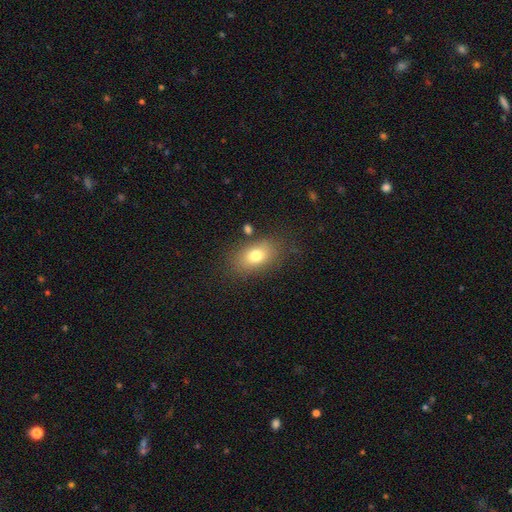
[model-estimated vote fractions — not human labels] A smooth galaxy with no disk features (77%) that is in between round and cigar-shaped (81%).

Vote fractions:
- Smooth or featured? smooth: 77% / featured or disk: 13% / star or artifact: 10%
- How rounded? in between: 81% / round: 17% / cigar-shaped: 2%
- Merging? none: 78% / minor disturbance: 13% / major disturbance: 5% / merger: 4%